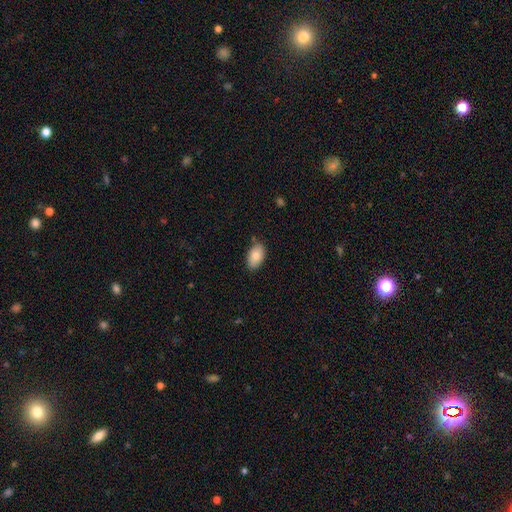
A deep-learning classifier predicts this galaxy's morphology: type=smooth (82%); roundness=in between (93%); merging=none (81%).